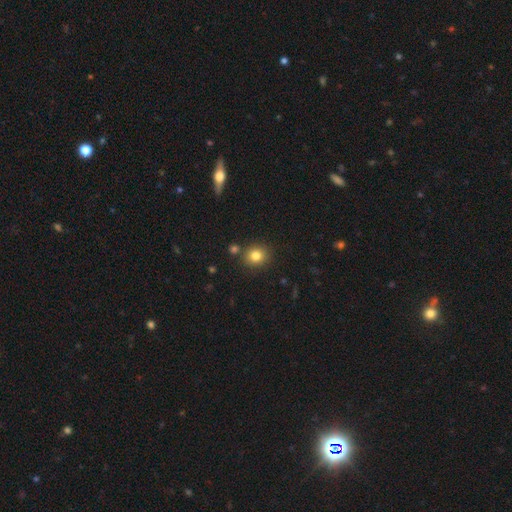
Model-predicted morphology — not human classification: Smooth or featured?
  - smooth: 82% *
  - star or artifact: 11%
  - featured or disk: 7%
How rounded?
  - round: 79% *
  - in between: 20%
  - cigar-shaped: 1%
Merging?
  - none: 81% *
  - minor disturbance: 9%
  - merger: 7%
  - major disturbance: 3%